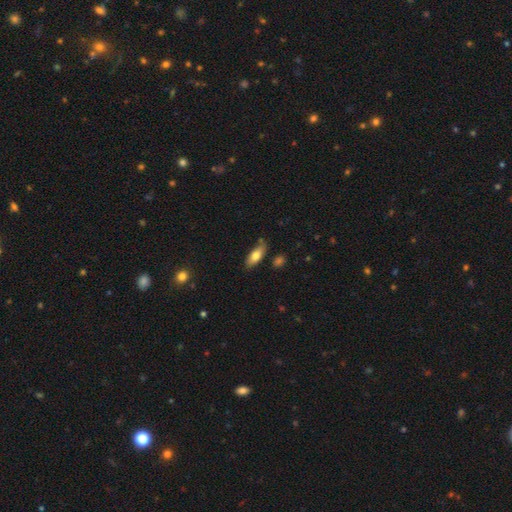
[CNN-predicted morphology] Smooth or featured: smooth — 75% (featured or disk — 18%)
How rounded: in between — 75% (cigar-shaped — 22%)
Merging: none — 72% (minor disturbance — 20%)